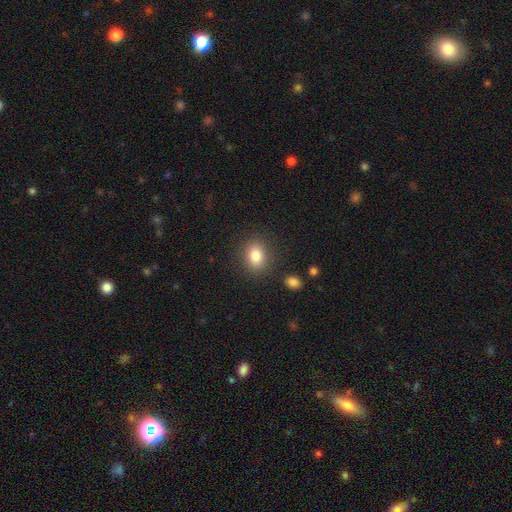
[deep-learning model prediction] The model was most divided on "how rounded": in between: 60%, round: 38%, cigar-shaped: 1%. More confident: merging — none (85%); smooth or featured — smooth (83%).